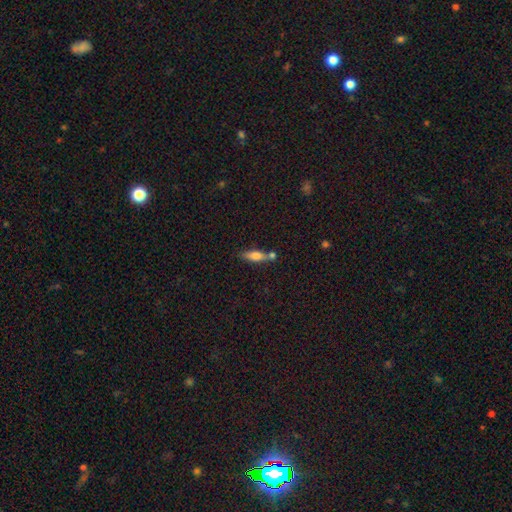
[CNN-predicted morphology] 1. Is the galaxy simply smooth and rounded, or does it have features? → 67% smooth, 25% featured or disk, 8% star or artifact.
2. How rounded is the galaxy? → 48% cigar-shaped (tied), 48% in between (tied), 3% round.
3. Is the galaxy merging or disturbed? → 53% none, 29% merger, 14% minor disturbance, 4% major disturbance.